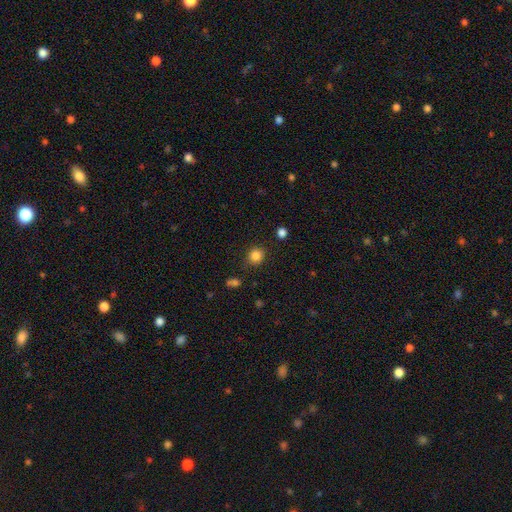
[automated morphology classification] This appears to be a smooth galaxy with no disk features (84%) that is round (86%). Merging: none (86%).